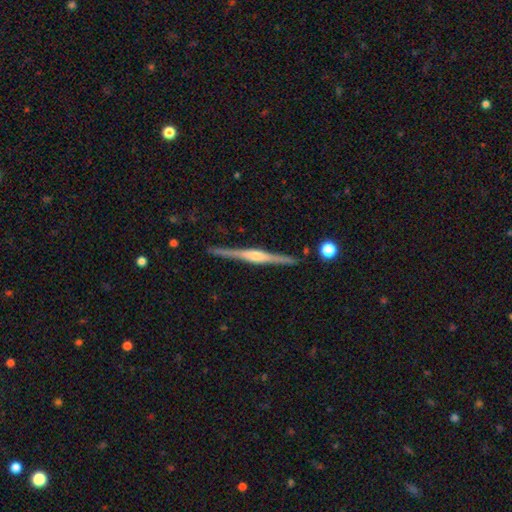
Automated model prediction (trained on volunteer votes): Smooth or featured: featured or disk — 85% (smooth — 10%)
Edge-on disk: yes — 98% (no — 2%)
Edge-on bulge: rounded — 77% (boxy — 14%)
Merging: none — 91% (minor disturbance — 6%)